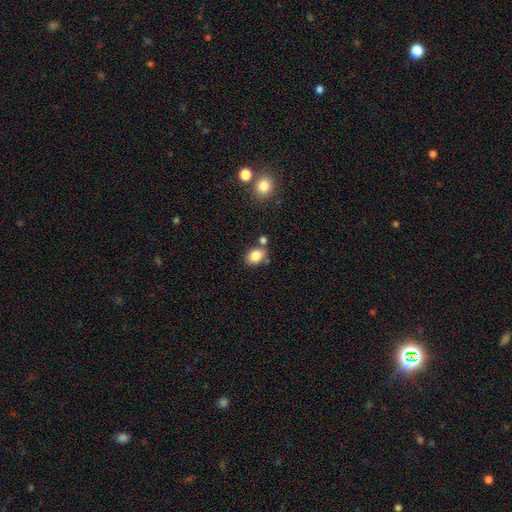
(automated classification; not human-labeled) A smooth galaxy with no disk features (84%) that is in between round and cigar-shaped (71%). Merging: none (69%).